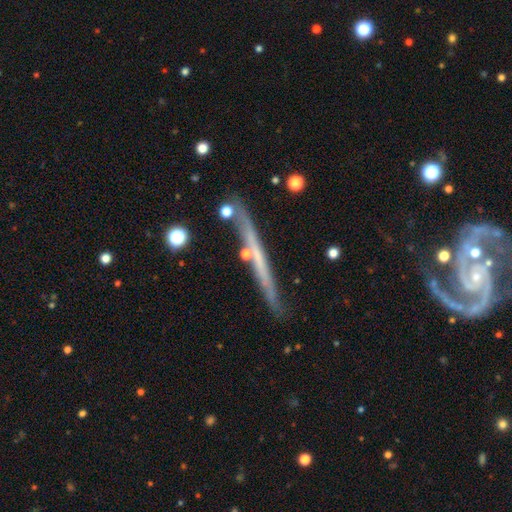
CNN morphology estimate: The model was most divided on "smooth or featured": featured or disk: 59%, smooth: 34%, star or artifact: 7%. More confident: edge-on disk — yes (95%); edge-on bulge — none (84%); merging — none (82%).